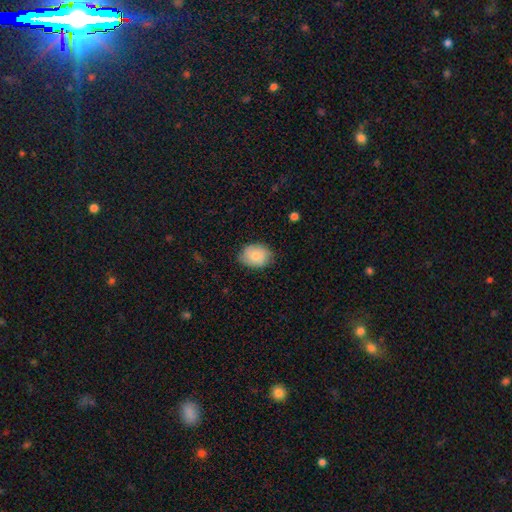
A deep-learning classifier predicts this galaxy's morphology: Overall: smooth (80%). How rounded: in between (63%; round 36%). Merging: none (79%).